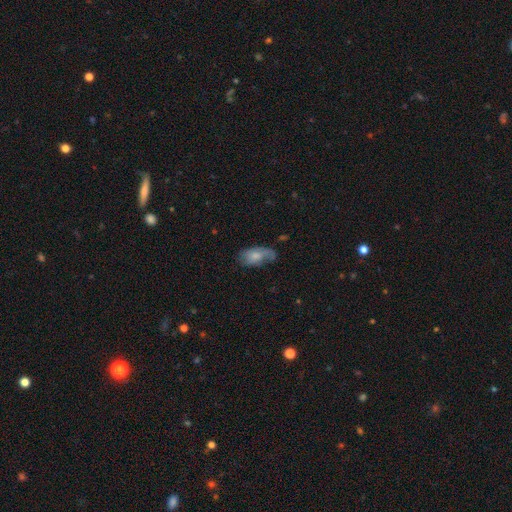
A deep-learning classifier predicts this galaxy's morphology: Smooth or featured? Predicted: smooth (p=0.64). How rounded? Predicted: in between (p=0.91). Merging? Predicted: none (p=0.46).